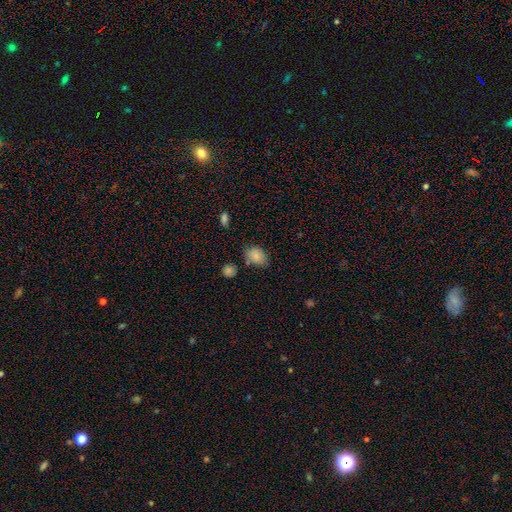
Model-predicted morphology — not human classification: This is clearly a smooth galaxy (84%). How rounded: likely in between (75%). Merging: likely none (68%).